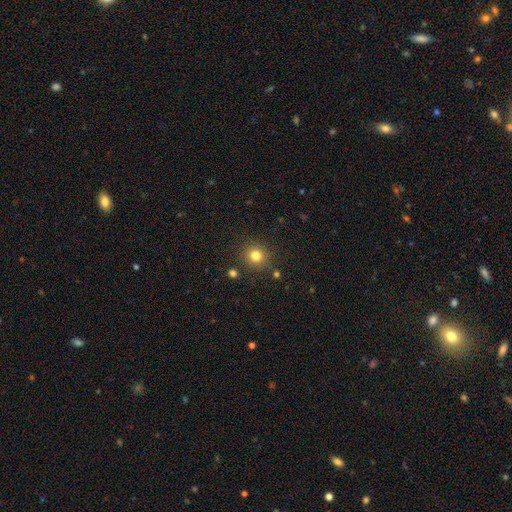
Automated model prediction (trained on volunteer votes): A smooth galaxy with no disk features (79%) that is round (91%). Merging: none (87%).